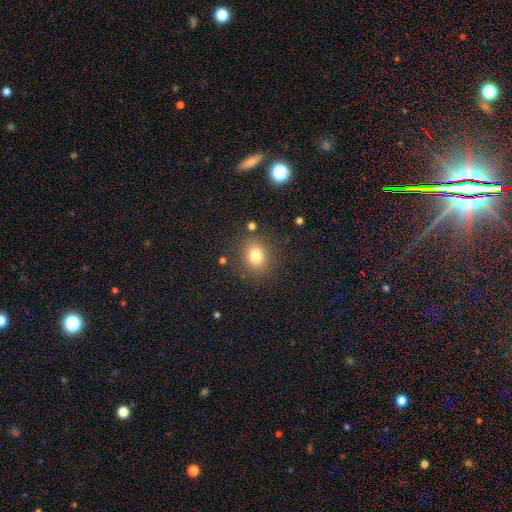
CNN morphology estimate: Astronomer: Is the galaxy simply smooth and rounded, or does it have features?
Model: smooth — 79%.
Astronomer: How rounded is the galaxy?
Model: round — 68%.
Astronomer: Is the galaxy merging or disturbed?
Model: none — 84%.